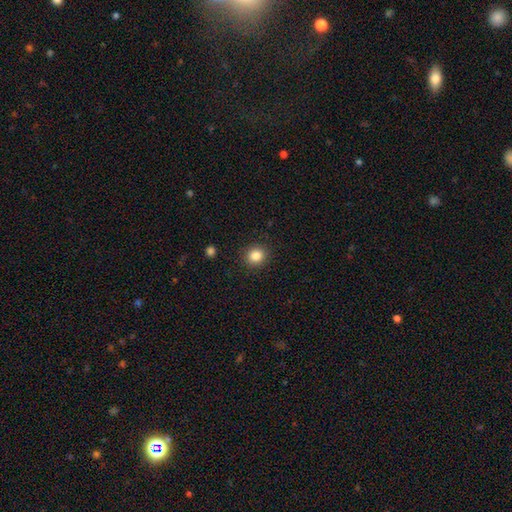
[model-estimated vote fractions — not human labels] The model was most divided on "how rounded": round: 86%, in between: 13%, cigar-shaped: 1%. More confident: merging — none (90%); smooth or featured — smooth (85%).